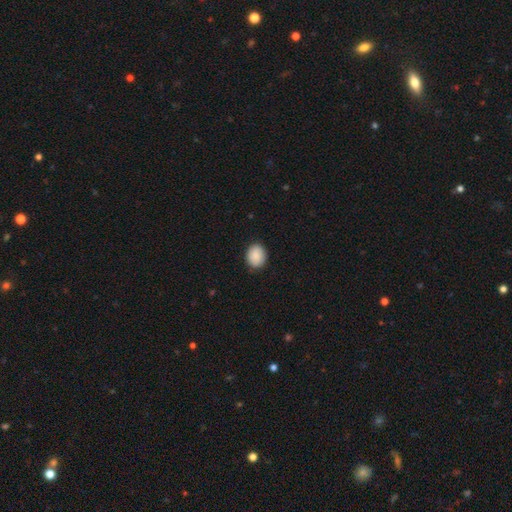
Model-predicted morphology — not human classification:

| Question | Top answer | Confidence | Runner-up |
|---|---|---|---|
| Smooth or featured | smooth | 88% | star or artifact (7%) |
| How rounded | round | 58% | in between (41%) |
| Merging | none | 86% | minor disturbance (11%) |